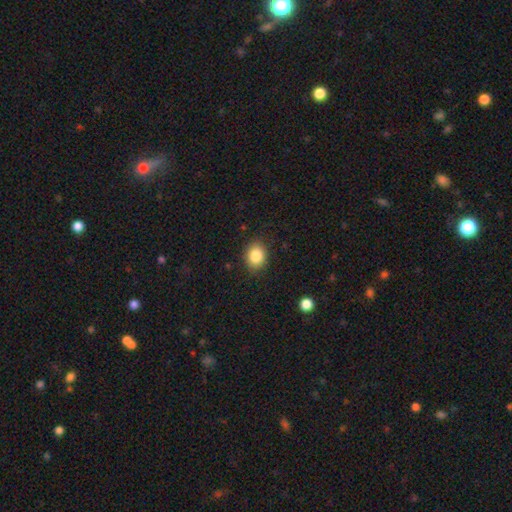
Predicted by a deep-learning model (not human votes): Morphology: type=smooth (85%); roundness=in between (51%); merging=none (87%).